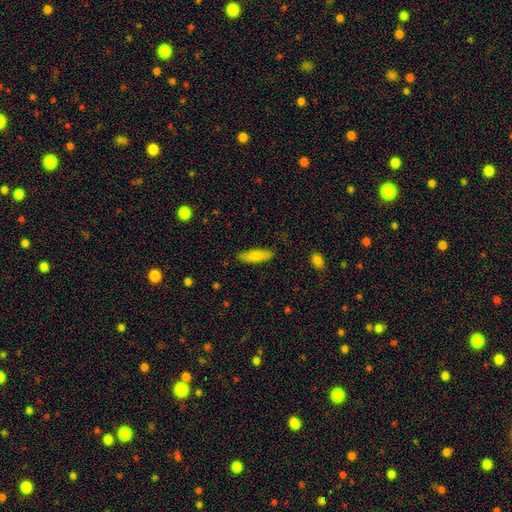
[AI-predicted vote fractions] Overall: smooth (75%). How rounded: cigar-shaped (52%; in between 46%). Merging: none (87%).